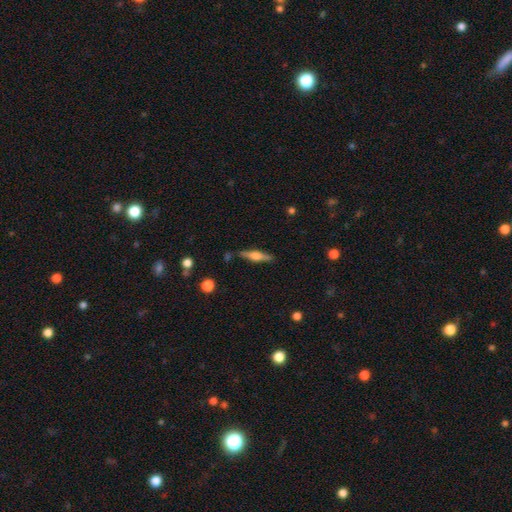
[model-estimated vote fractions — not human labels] This is possibly a featured or disk galaxy (59%). It is clearly viewed edge-on (96%). Edge-on bulge: likely rounded (79%). Merging: clearly none (84%).